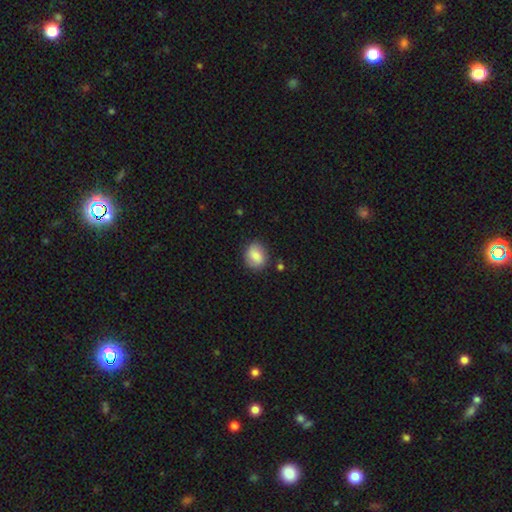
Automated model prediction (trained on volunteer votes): smooth-or-featured: smooth: 78% | featured or disk: 14% | star or artifact: 8%
  how-rounded: round: 61% | in between: 38% | cigar-shaped: 1%
  merging: none: 80% | minor disturbance: 14% | major disturbance: 3% | merger: 2%